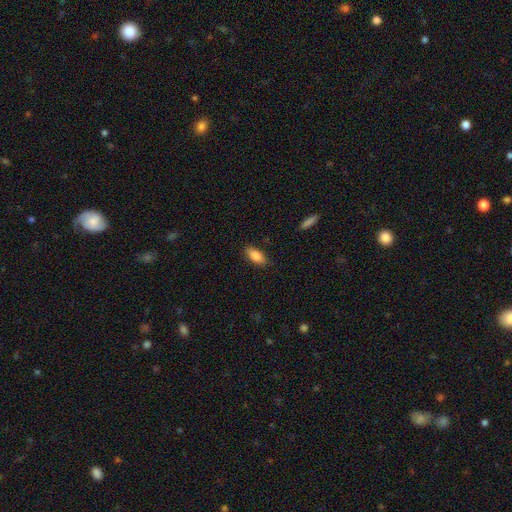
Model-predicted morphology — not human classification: type=smooth (86%); roundness=in between (85%); merging=none (85%).